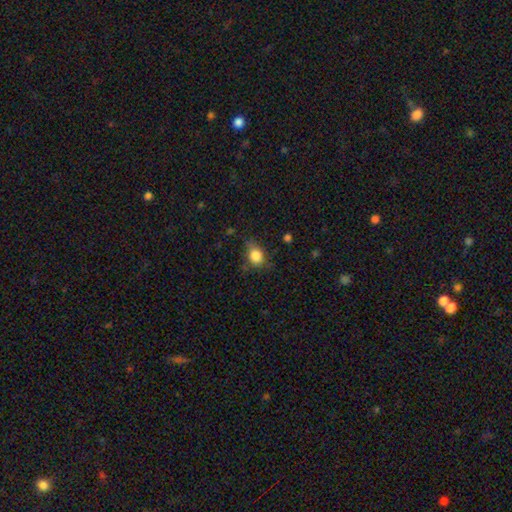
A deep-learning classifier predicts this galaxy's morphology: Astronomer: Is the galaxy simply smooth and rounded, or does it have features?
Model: smooth — 83%.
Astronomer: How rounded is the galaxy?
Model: round — 61% (runner-up: in between, 38%).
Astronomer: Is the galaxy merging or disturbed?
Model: none — 63%.